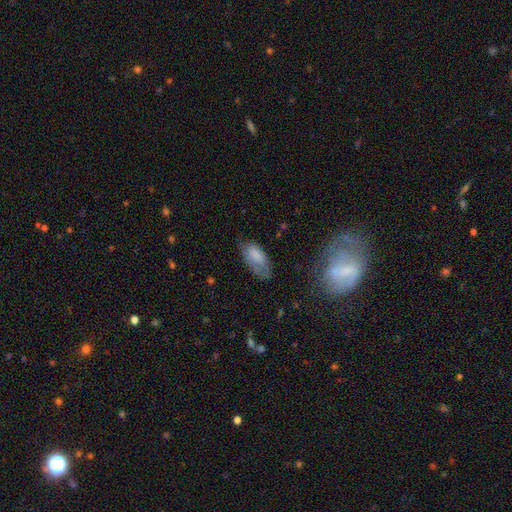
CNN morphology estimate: smooth_or_featured: smooth (p=0.76) [alt: featured or disk p=0.16]
how_rounded: in between (p=0.91) [alt: cigar-shaped p=0.07]
merging: none (p=0.50) [alt: minor disturbance p=0.33]